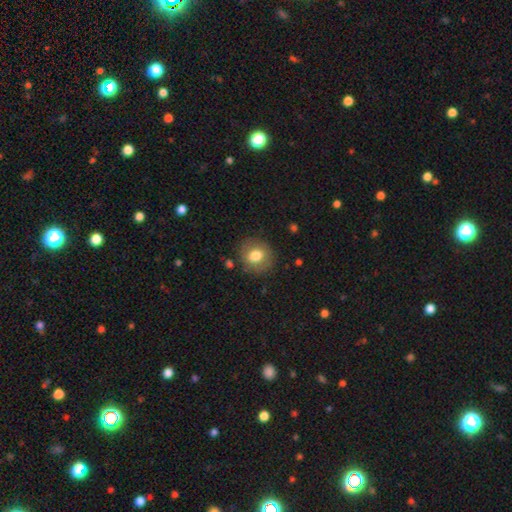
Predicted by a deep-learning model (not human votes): smooth 76%, featured or disk 16%, star or artifact 9%. Down the decision tree: how rounded — round (77%); merging — none (84%).